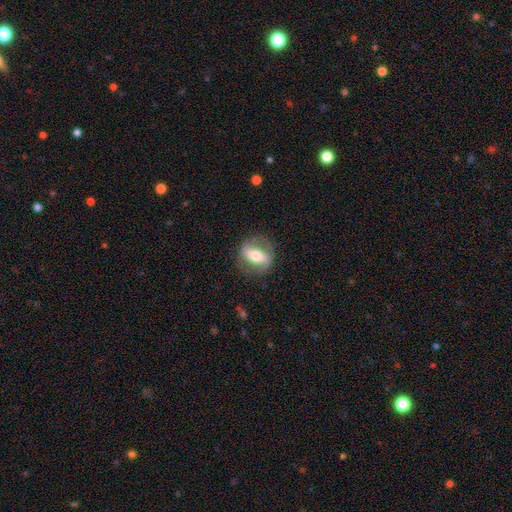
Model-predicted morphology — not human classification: Q: Smooth or featured?
A: featured or disk (57%); runner-up: smooth (37%)
Q: Edge-on disk?
A: no (85%); runner-up: yes (15%)
Q: Merging?
A: none (78%); runner-up: minor disturbance (14%)